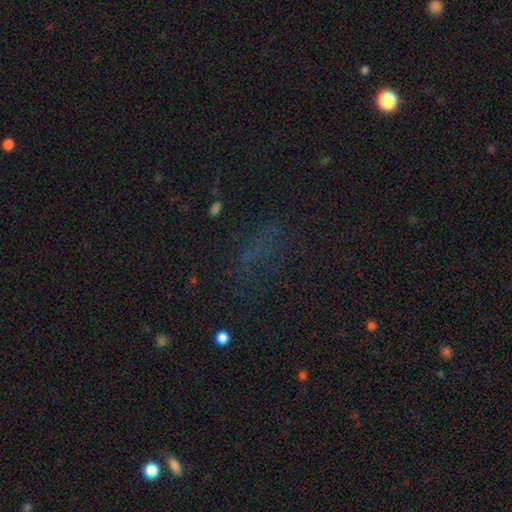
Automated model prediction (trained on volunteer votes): smooth_or_featured: star or artifact (p=0.47) [alt: smooth p=0.37]